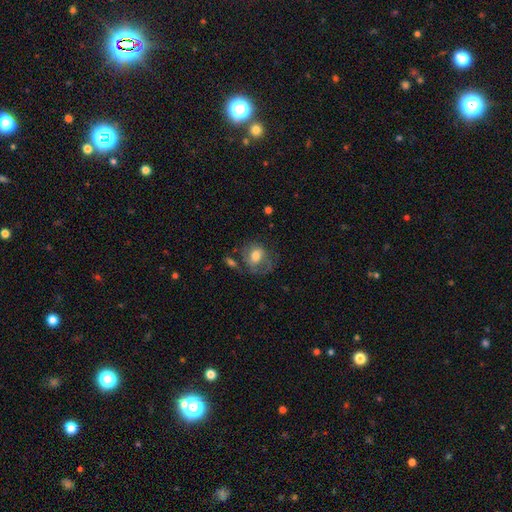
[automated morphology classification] A smooth galaxy with no disk features (56%) that is round (55%). Merging: none (47%).